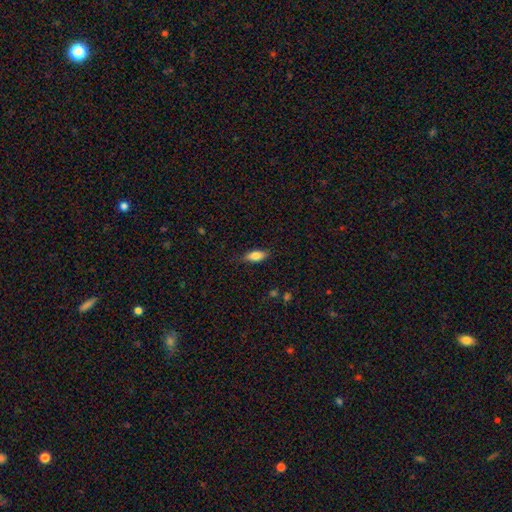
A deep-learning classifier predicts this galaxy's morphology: This appears to be a smooth galaxy with no disk features (82%) that is in between round and cigar-shaped (80%). Merging: none (79%).